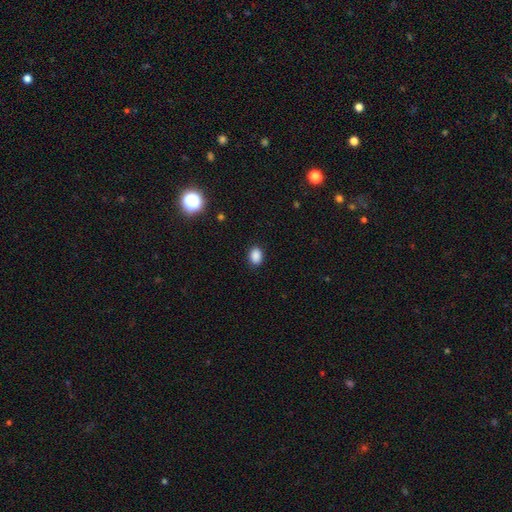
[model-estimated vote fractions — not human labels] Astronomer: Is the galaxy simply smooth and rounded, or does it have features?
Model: smooth — 88%.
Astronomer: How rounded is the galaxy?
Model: in between — 70%.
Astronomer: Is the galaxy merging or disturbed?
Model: none — 88%.